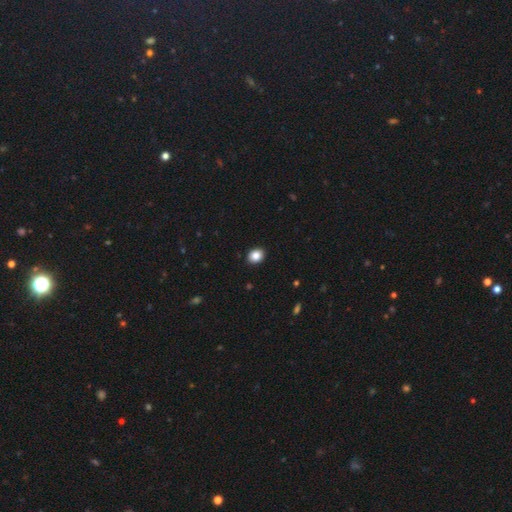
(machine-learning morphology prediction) This is clearly a smooth galaxy (87%). How rounded: possibly in between (52%). Merging: clearly none (91%).